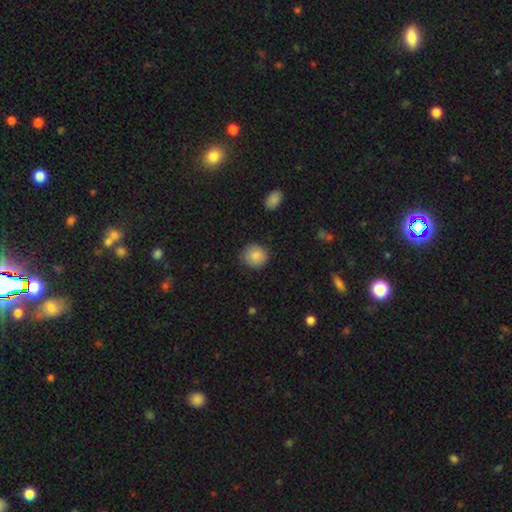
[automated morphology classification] The model was most divided on "how rounded": round: 84%, in between: 15%, cigar-shaped: 1%. More confident: smooth or featured — smooth (87%); merging — none (83%).